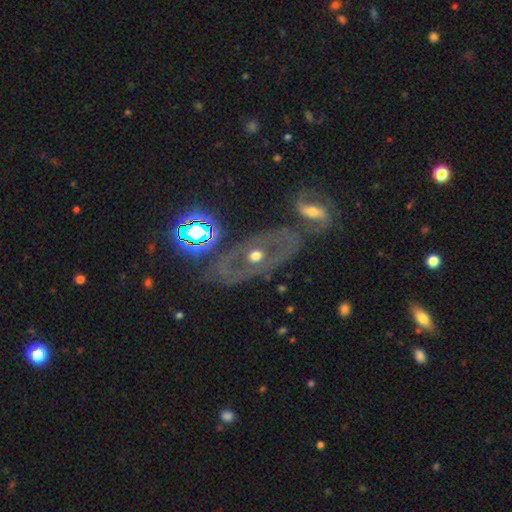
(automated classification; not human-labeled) A featured or disk galaxy (69%) with no bar (80%), no spiral arms (62%) and a moderate central bulge (69%).

Vote fractions:
- Smooth or featured? featured or disk: 69% / smooth: 21% / star or artifact: 10%
- Edge-on disk? no: 89% / yes: 11%
- Bar? no: 80% / weak: 12% / strong: 8%
- Spiral arms? no: 62% / yes: 38%
- Bulge size? moderate: 69% / large: 15% / small: 12% / dominant: 3% / none: 2%
- Merging? none: 71% / minor disturbance: 14% / major disturbance: 11% / merger: 4%